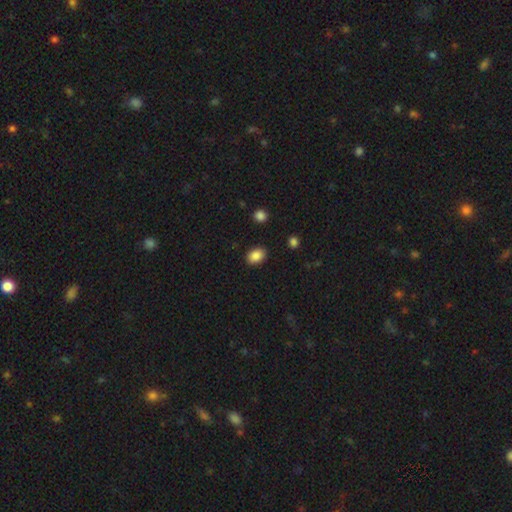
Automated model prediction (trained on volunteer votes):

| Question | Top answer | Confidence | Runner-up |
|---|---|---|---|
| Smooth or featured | smooth | 87% | star or artifact (9%) |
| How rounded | in between | 76% | round (23%) |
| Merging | none | 87% | minor disturbance (9%) |